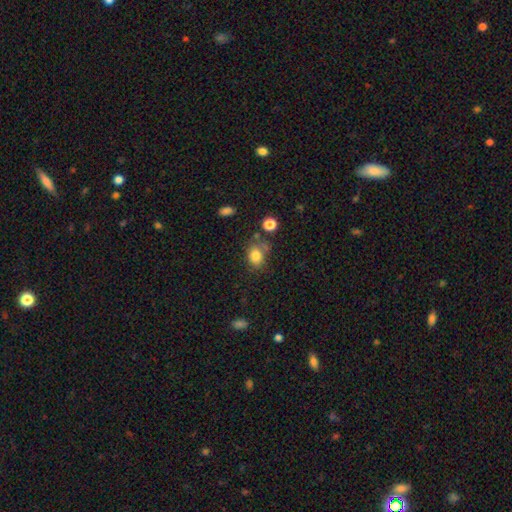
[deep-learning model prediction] This is clearly a smooth galaxy (82%). How rounded: possibly in between (55%). Merging: possibly none (55%).